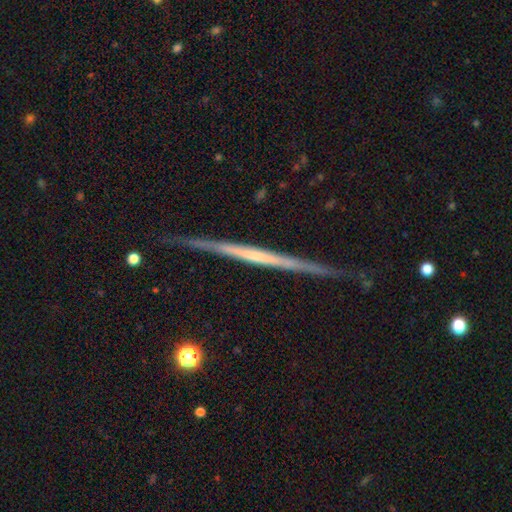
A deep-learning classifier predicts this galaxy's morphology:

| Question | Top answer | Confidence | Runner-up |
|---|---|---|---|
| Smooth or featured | featured or disk | 74% | smooth (20%) |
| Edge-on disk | yes | 98% | no (2%) |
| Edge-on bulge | none | 76% | rounded (14%) |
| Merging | none | 85% | minor disturbance (11%) |